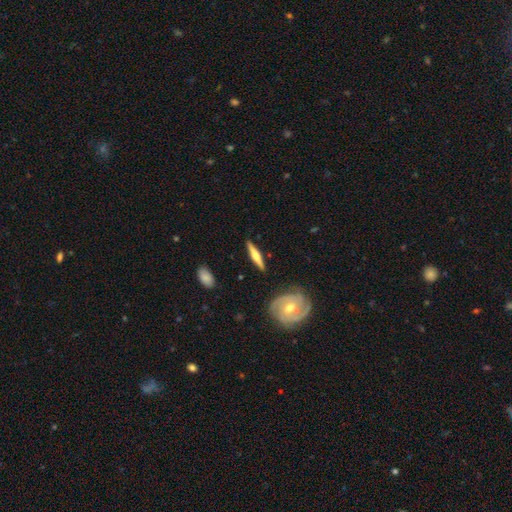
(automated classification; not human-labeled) smooth-or-featured: featured or disk: 63% | smooth: 32% | star or artifact: 5%
  disk-edge-on: yes: 94% | no: 6%
    edge-on-bulge: rounded: 88% | none: 7% | boxy: 5%
  merging: none: 88% | minor disturbance: 8% | merger: 2% | major disturbance: 2%